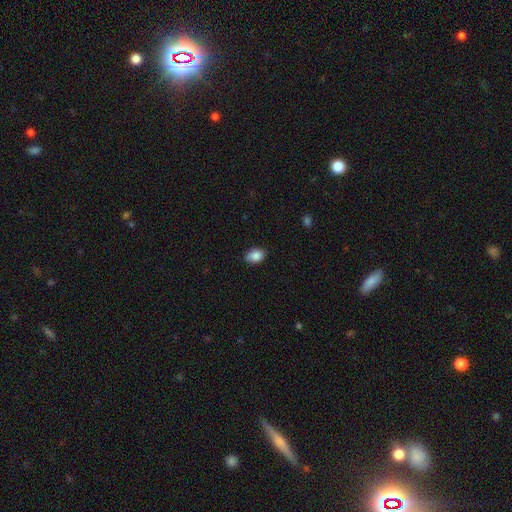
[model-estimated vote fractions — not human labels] smooth 87%, star or artifact 8%, featured or disk 5%. Down the decision tree: how rounded — in between (81%); merging — none (81%).